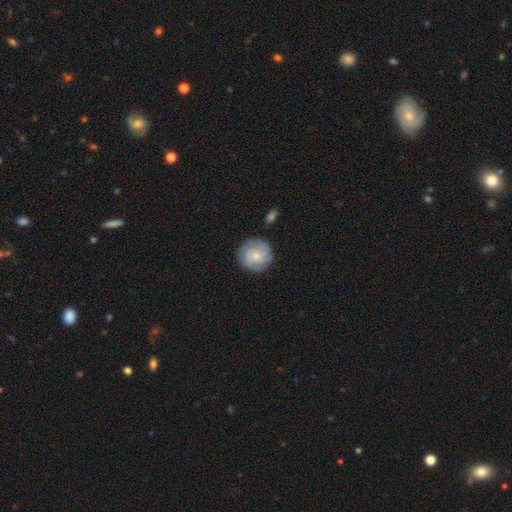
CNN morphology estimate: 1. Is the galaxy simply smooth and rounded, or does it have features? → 54% featured or disk, 39% smooth, 7% star or artifact.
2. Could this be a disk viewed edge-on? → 98% no, 2% yes.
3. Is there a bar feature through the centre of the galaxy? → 76% no, 21% weak, 3% strong.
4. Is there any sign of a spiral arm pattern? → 85% yes, 15% no.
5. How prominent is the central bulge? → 69% small, 23% moderate, 5% none, 2% large, 1% dominant.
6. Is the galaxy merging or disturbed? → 80% none, 14% minor disturbance, 4% major disturbance, 2% merger.